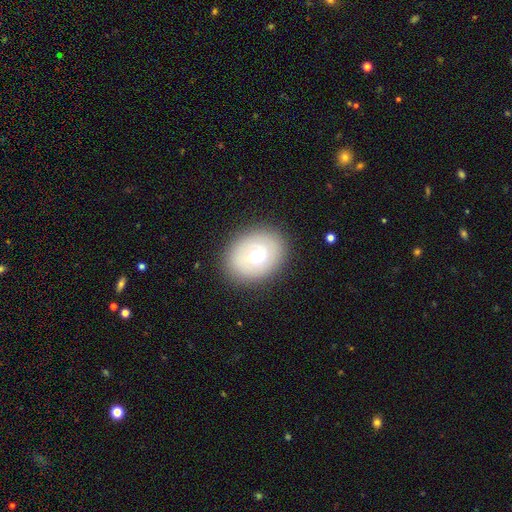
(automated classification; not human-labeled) Overall: smooth (54%; featured or disk 39%). How rounded: in between (59%; round 40%). Merging: none (86%).